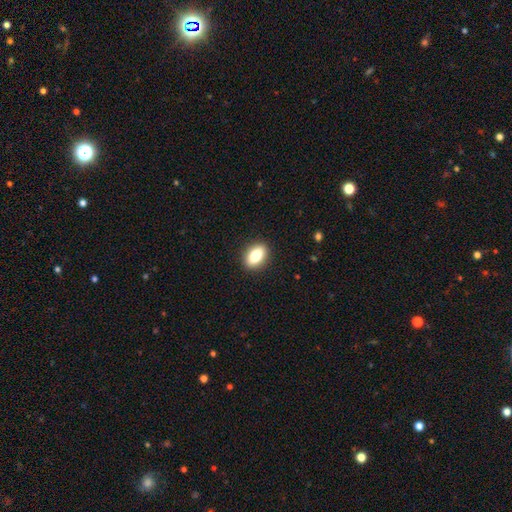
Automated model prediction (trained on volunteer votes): Q: Smooth or featured?
A: smooth (80%); runner-up: featured or disk (12%)
Q: How rounded?
A: in between (84%); runner-up: round (12%)
Q: Merging?
A: none (90%); runner-up: minor disturbance (7%)